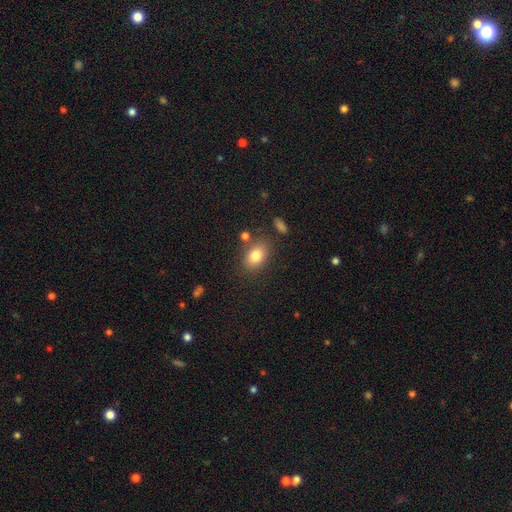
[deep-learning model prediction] This is clearly a smooth galaxy (80%). How rounded: likely in between (74%). Merging: likely none (76%).